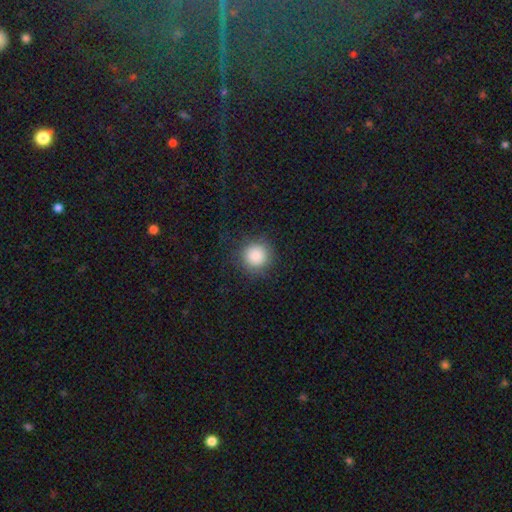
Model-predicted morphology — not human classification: This is clearly a smooth galaxy (87%). How rounded: clearly round (94%). Merging: clearly none (87%).